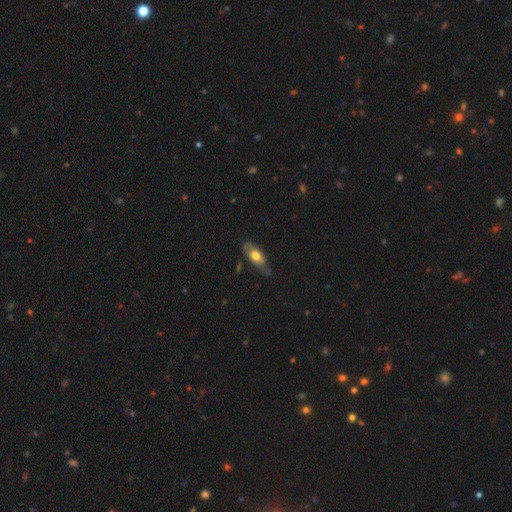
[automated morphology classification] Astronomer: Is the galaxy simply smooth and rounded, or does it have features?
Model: smooth — 56% (runner-up: featured or disk, 38%).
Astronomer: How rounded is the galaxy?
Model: in between — 78%.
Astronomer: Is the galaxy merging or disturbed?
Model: none — 67%.